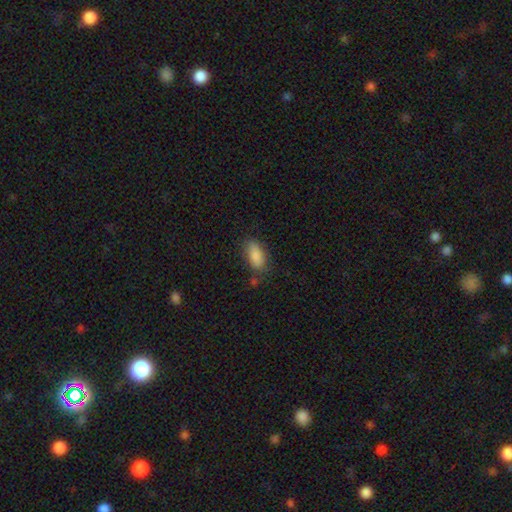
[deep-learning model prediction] Smooth or featured: smooth — 85% (featured or disk — 8%)
How rounded: in between — 86% (cigar-shaped — 12%)
Merging: none — 70% (minor disturbance — 20%)